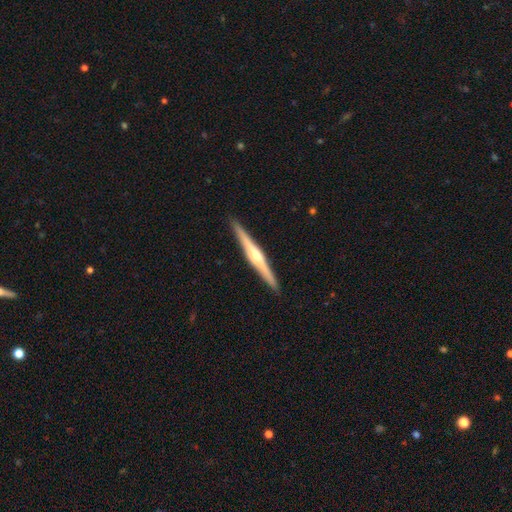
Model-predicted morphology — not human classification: The model was most divided on "smooth or featured": featured or disk: 76%, smooth: 19%, star or artifact: 5%. More confident: edge-on disk — yes (98%); merging — none (92%); edge-on bulge — rounded (85%).